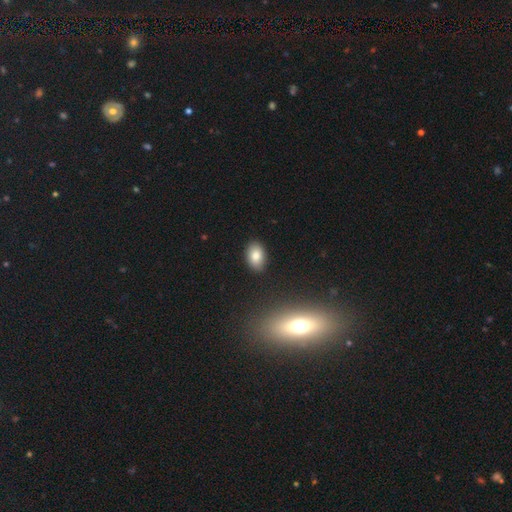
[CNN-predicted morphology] smooth 82%, star or artifact 9%, featured or disk 9%. Down the decision tree: how rounded — in between (87%); merging — none (88%).